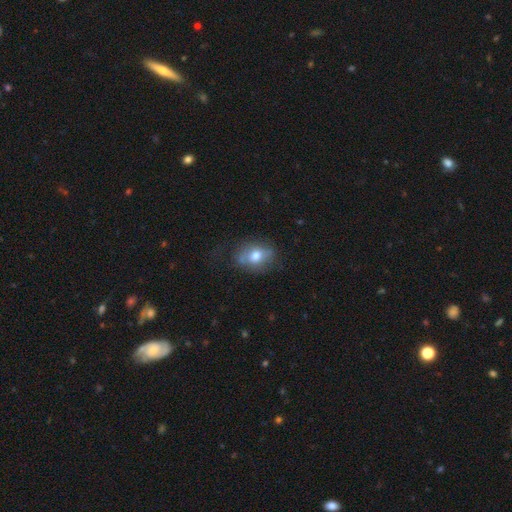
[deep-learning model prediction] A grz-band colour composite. It shows a smooth galaxy with no disk features (68%) that is in between round and cigar-shaped (62%). Merging: none (63%).